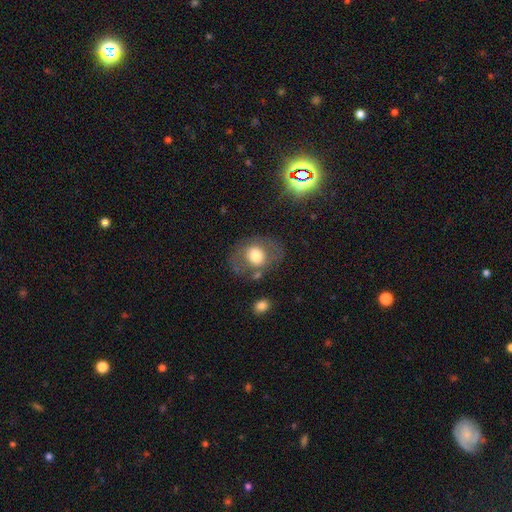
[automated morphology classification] This appears to be a smooth galaxy with no disk features (62%) that is round (55%). Merging: none (67%).